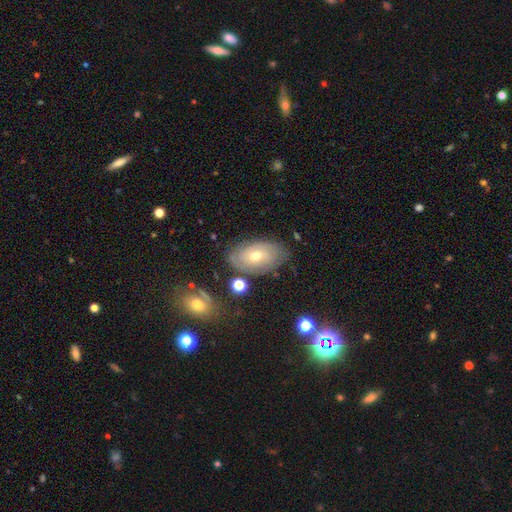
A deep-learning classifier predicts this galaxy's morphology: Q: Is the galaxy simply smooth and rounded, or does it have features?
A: featured or disk — 68%.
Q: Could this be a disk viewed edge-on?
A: no — 93%.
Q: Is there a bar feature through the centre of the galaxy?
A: no — 75%.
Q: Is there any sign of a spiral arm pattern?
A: yes — 81%.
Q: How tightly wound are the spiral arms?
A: tight — 73%.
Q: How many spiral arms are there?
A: can't tell — 50%.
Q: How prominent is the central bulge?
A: moderate — 56%.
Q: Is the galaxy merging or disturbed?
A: none — 75%.